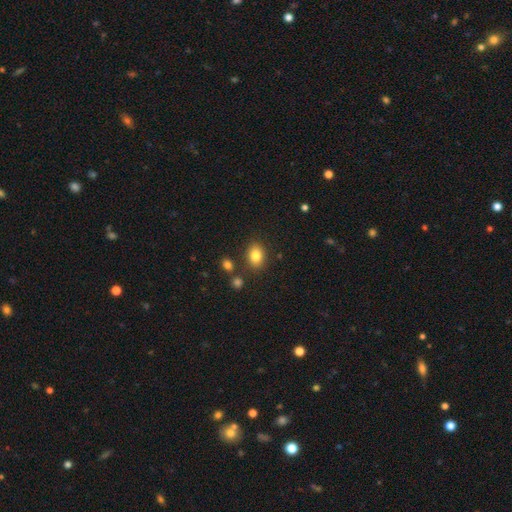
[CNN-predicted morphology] Smooth or featured?
  - smooth: 84% *
  - star or artifact: 10%
  - featured or disk: 7%
How rounded?
  - in between: 65% *
  - round: 34%
  - cigar-shaped: 1%
Merging?
  - none: 81% *
  - minor disturbance: 10%
  - merger: 5%
  - major disturbance: 3%